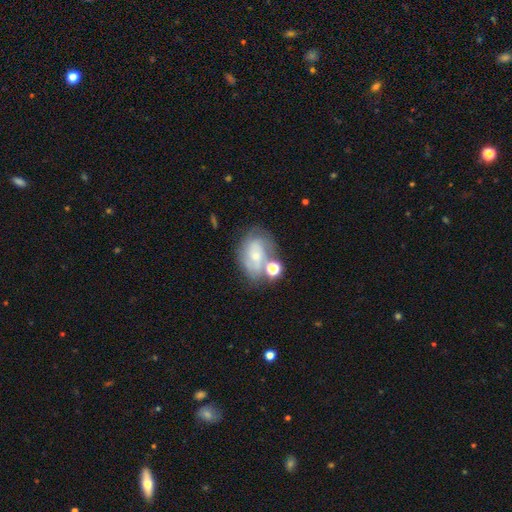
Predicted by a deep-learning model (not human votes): A featured or disk galaxy (58%) with no bar (71%), spiral arms (74%) and a small central bulge (68%).

Vote fractions:
- Smooth or featured? featured or disk: 58% / smooth: 30% / star or artifact: 12%
- Edge-on disk? no: 96% / yes: 4%
- Bar? no: 71% / weak: 23% / strong: 6%
- Spiral arms? yes: 74% / no: 26%
- Bulge size? small: 68% / moderate: 25% / none: 4% / large: 2% / dominant: 1%
- Merging? none: 46% / minor disturbance: 21% / merger: 19% / major disturbance: 14%